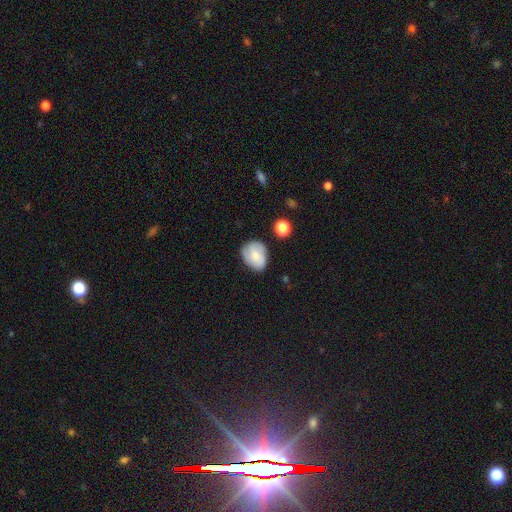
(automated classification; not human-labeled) smooth-or-featured: smooth: 60% | featured or disk: 32% | star or artifact: 8%
  how-rounded: in between: 54% | round: 45% | cigar-shaped: 1%
  merging: none: 67% | minor disturbance: 24% | major disturbance: 6% | merger: 3%